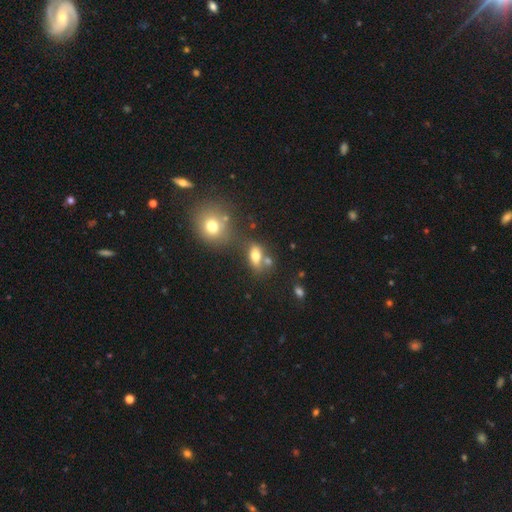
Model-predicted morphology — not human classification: Q: Smooth or featured?
A: smooth (71%); runner-up: featured or disk (17%)
Q: How rounded?
A: in between (78%); runner-up: round (14%)
Q: Merging?
A: none (50%); runner-up: merger (27%)